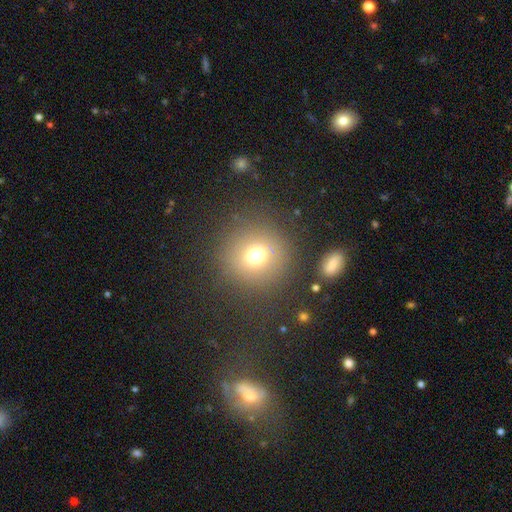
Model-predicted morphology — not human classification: Smooth or featured? smooth (73%)
How rounded? round (91%)
Merging? none (83%)